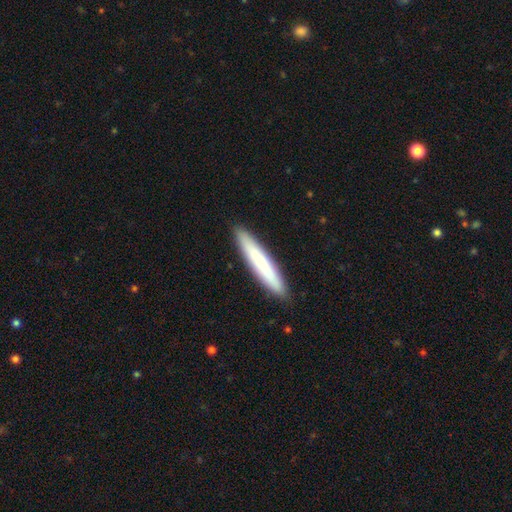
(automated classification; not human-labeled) smooth-or-featured: smooth: 70% | featured or disk: 24% | star or artifact: 6%
  how-rounded: cigar-shaped: 93% | in between: 6% | round: 1%
  merging: none: 91% | minor disturbance: 7% | major disturbance: 1% | merger: 1%